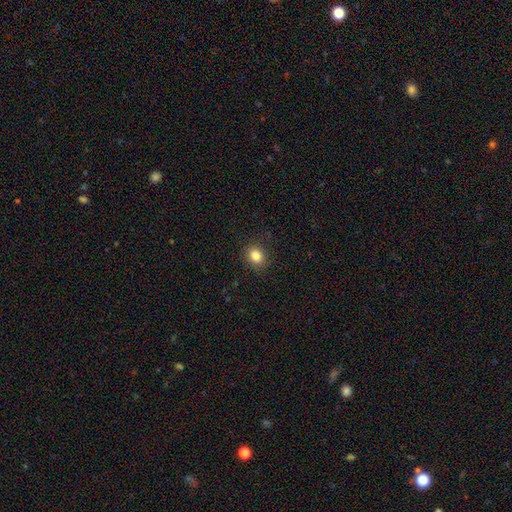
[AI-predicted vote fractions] Morphology: type=smooth (84%); roundness=round (61%); merging=none (88%).